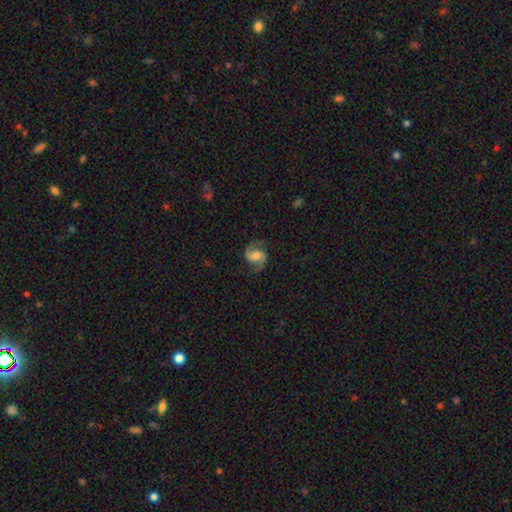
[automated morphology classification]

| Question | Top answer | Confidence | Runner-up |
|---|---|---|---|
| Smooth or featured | featured or disk | 89% | smooth (6%) |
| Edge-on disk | no | 98% | yes (2%) |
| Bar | no | 44% | weak (42%) |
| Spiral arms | yes | 98% | no (2%) |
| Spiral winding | medium | 59% | loose (25%) |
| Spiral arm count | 2 | 94% | can't tell (1%) |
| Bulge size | moderate | 58% | small (23%) |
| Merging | none | 81% | minor disturbance (12%) |